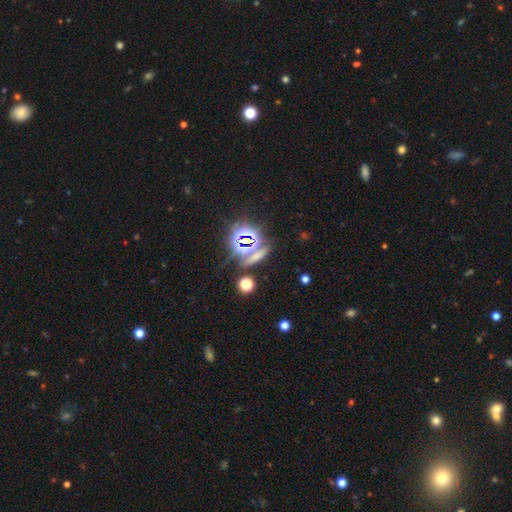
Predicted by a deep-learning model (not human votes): star or artifact 53%, smooth 35%, featured or disk 13%.